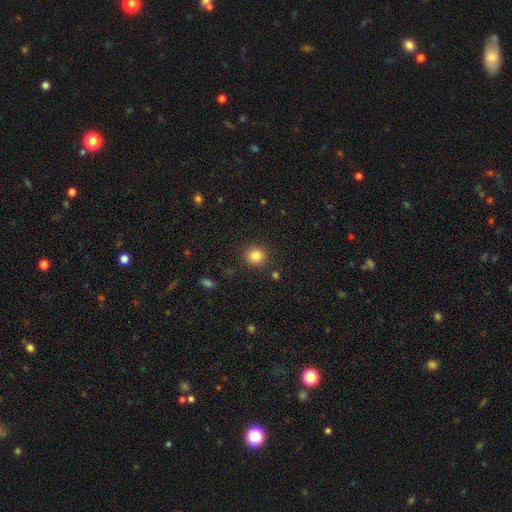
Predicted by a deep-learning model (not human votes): smooth 84%, star or artifact 11%, featured or disk 5%. Down the decision tree: how rounded — round (90%); merging — none (90%).